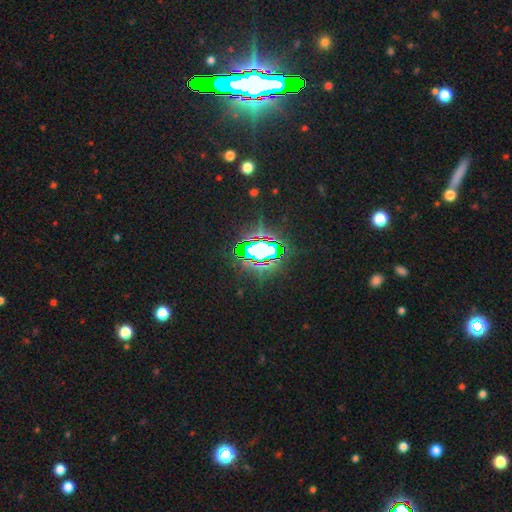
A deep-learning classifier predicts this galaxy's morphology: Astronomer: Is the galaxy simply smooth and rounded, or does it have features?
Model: star or artifact — 79%.